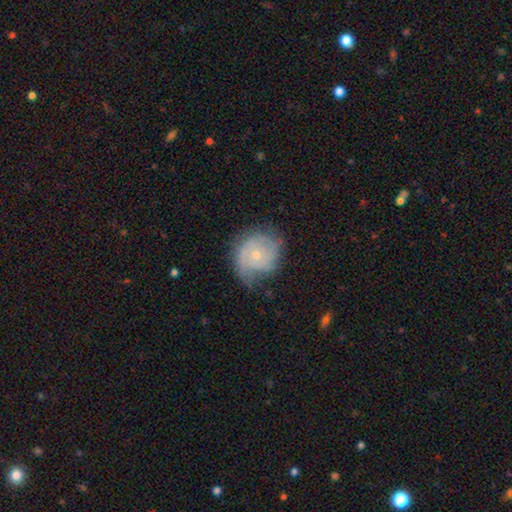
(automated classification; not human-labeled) featured or disk 69%, smooth 25%, star or artifact 7%. Down the decision tree: edge-on disk — no (98%); bar — no (81%); spiral arms — yes (87%); spiral arm count — 2 (36%); spiral winding — tight (59%); bulge size — small (69%); merging — none (58%).